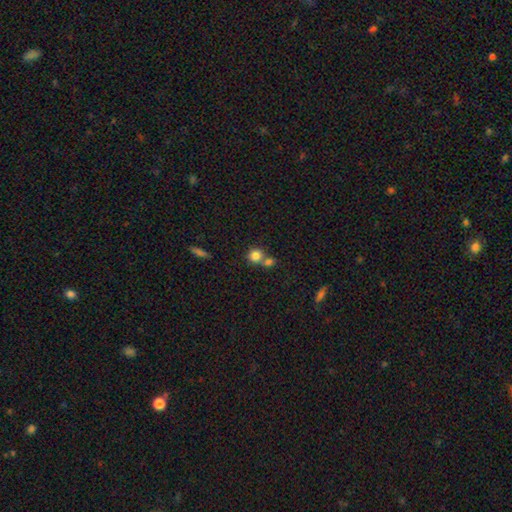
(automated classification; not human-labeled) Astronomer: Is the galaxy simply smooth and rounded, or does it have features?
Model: smooth — 82%.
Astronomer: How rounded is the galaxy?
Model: round — 88%.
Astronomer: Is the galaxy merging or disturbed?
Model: none — 48% (runner-up: merger, 42%).